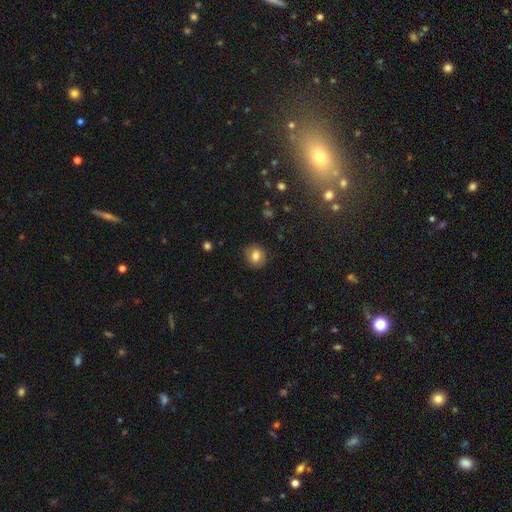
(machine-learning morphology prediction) smooth 78%, featured or disk 13%, star or artifact 9%. Down the decision tree: how rounded — round (76%); merging — none (87%).